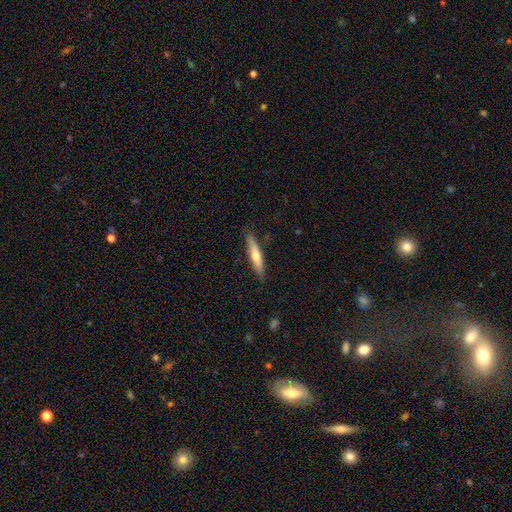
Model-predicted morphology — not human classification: smooth_or_featured: smooth (p=0.48) [alt: featured or disk p=0.47]
merging: none (p=0.88) [alt: minor disturbance p=0.09]